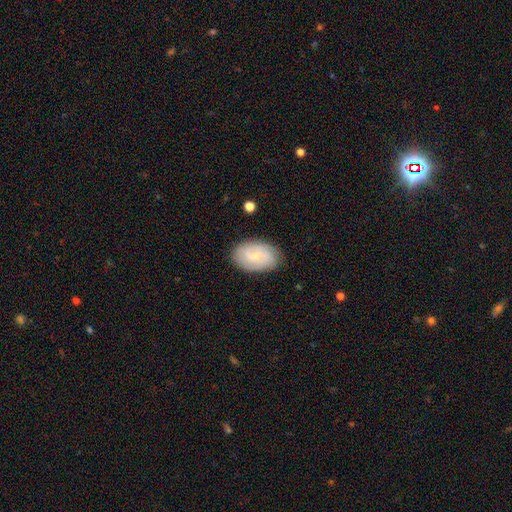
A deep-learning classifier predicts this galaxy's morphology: A featured or disk galaxy (58%) with no bar (54%), spiral arms (87%) and a small central bulge (74%). Merging: none (82%).